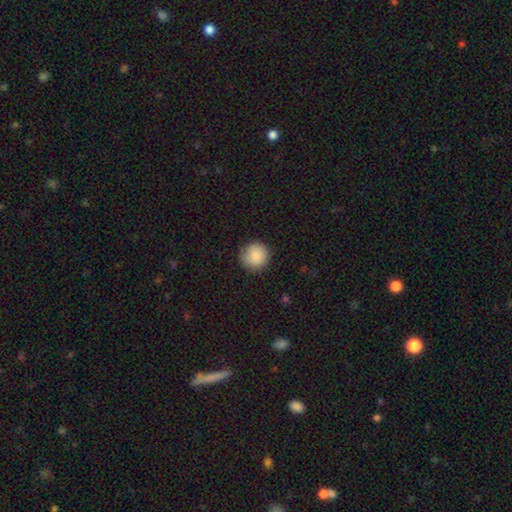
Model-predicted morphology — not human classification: type=smooth (85%); roundness=round (94%); merging=none (83%).